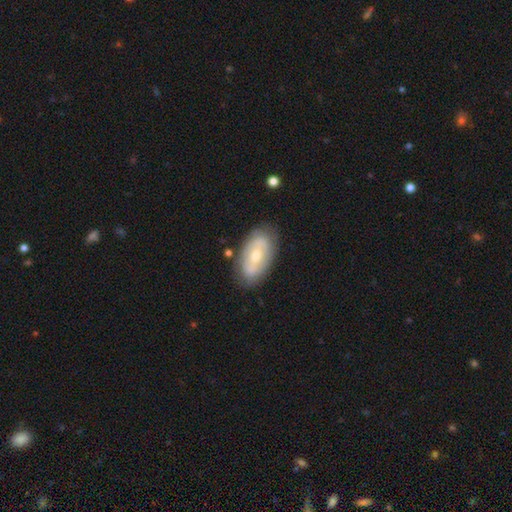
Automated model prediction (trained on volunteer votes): Overall: featured or disk (54%; smooth 40%). Edge-on disk: no (90%). Merging: none (80%).